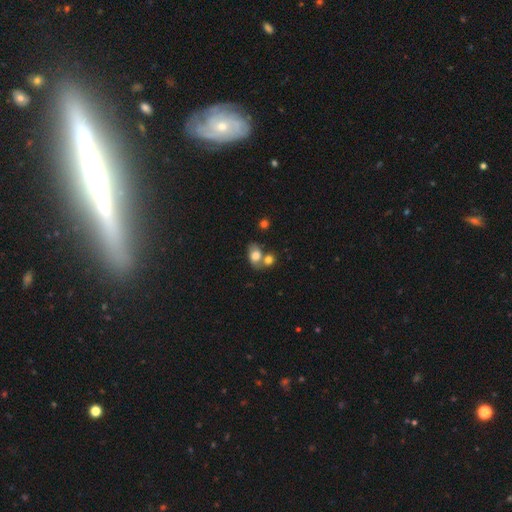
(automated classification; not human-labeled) smooth 76%, featured or disk 15%, star or artifact 9%. Down the decision tree: how rounded — in between (71%); merging — merger (42%).